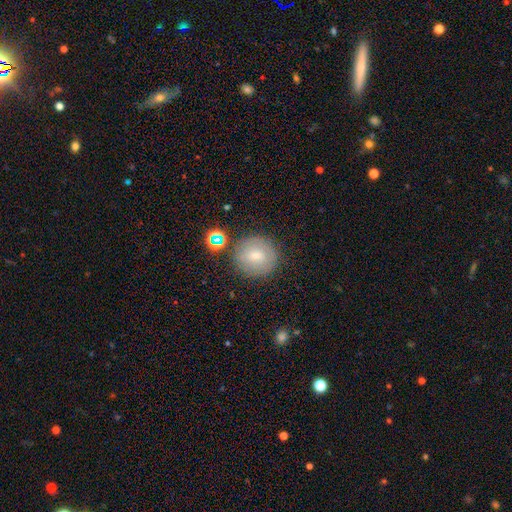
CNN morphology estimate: Overall: smooth (66%). How rounded: round (92%). Merging: none (80%).